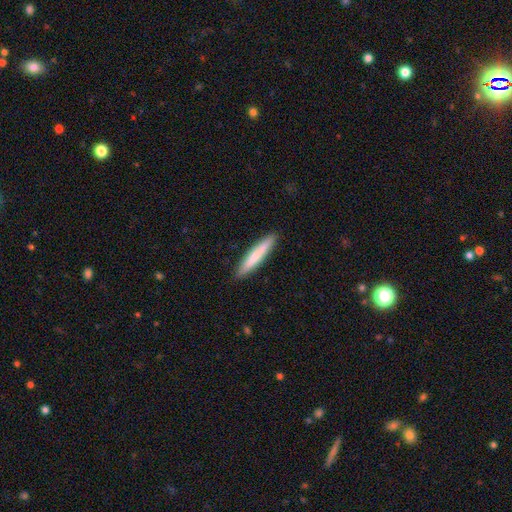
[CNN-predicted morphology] The model was most divided on "smooth or featured": smooth: 73%, featured or disk: 22%, star or artifact: 5%. More confident: how rounded — cigar-shaped (93%); merging — none (91%).